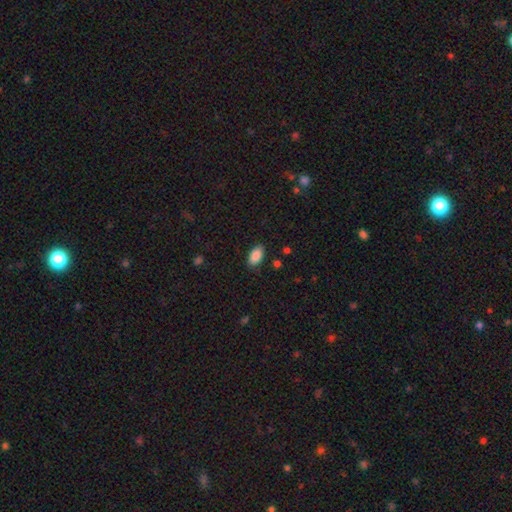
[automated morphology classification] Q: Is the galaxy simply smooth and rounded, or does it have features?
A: smooth — 87%.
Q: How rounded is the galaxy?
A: in between — 94%.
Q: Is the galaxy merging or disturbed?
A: none — 87%.